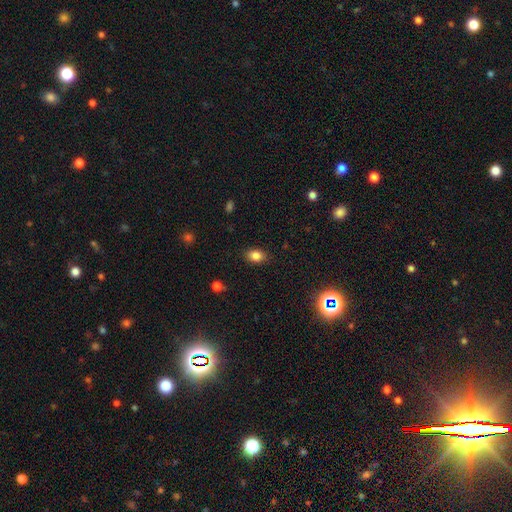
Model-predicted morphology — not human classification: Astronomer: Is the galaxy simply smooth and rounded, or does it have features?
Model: smooth — 83%.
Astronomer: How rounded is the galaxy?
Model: in between — 76%.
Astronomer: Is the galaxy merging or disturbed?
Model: none — 86%.